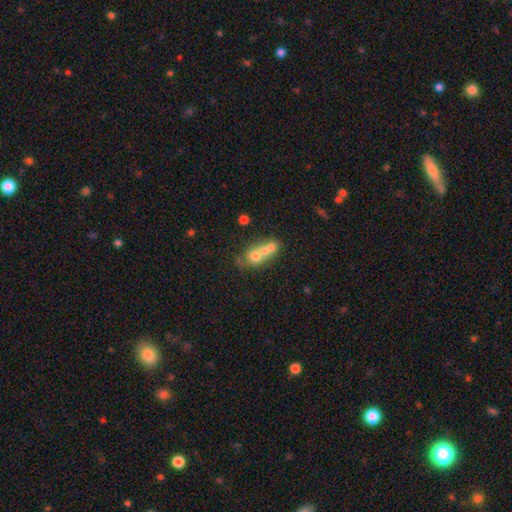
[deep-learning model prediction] This is likely a smooth galaxy (60%). How rounded: likely round (66%). Merging: likely merger (66%).